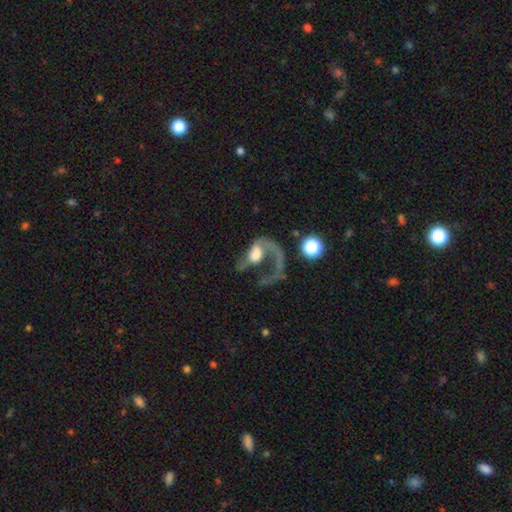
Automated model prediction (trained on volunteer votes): featured or disk 67%, smooth 23%, star or artifact 9%. Down the decision tree: edge-on disk — no (96%); bar — no (64%); spiral arms — yes (74%); bulge size — moderate (38%); merging — major disturbance (60%).